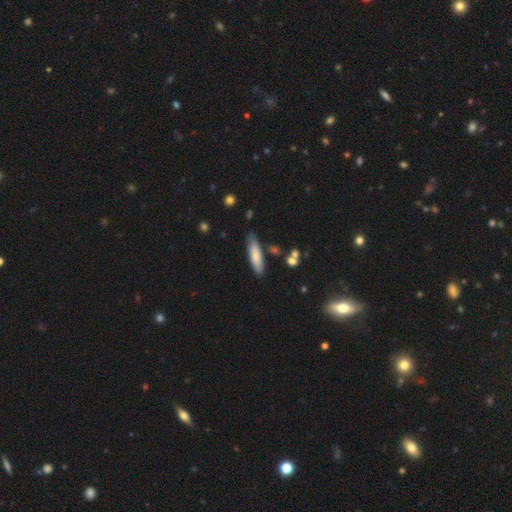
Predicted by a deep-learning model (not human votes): smooth_or_featured: smooth (p=0.75) [alt: featured or disk p=0.19]
how_rounded: cigar-shaped (p=0.69) [alt: in between p=0.29]
merging: none (p=0.76) [alt: minor disturbance p=0.16]